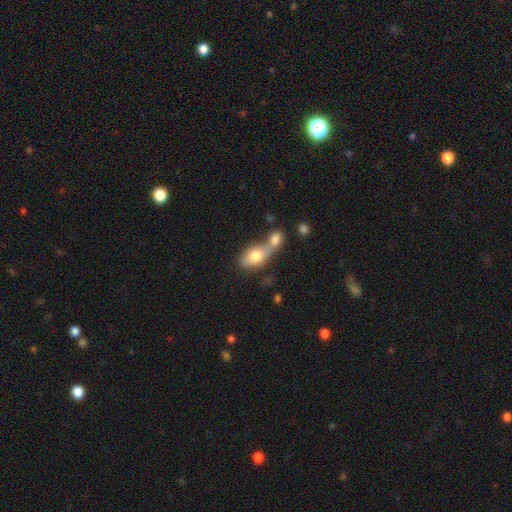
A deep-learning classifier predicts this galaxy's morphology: Overall: smooth (75%). How rounded: in between (82%). Merging: merger (65%).